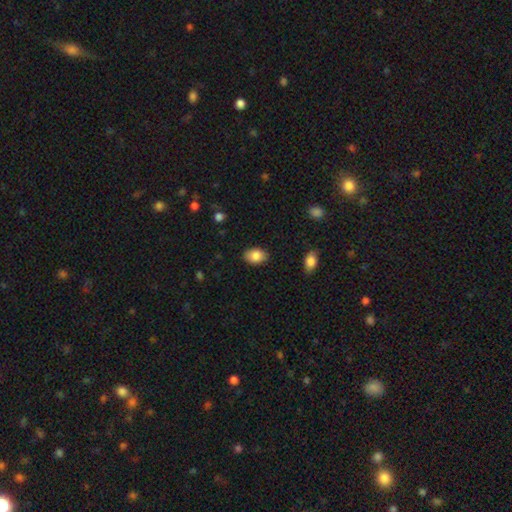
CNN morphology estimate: A smooth galaxy with no disk features (85%) that is in between round and cigar-shaped (84%).

Vote fractions:
- Smooth or featured? smooth: 85% / star or artifact: 8% / featured or disk: 7%
- How rounded? in between: 84% / round: 15% / cigar-shaped: 1%
- Merging? none: 87% / minor disturbance: 10% / major disturbance: 2% / merger: 1%